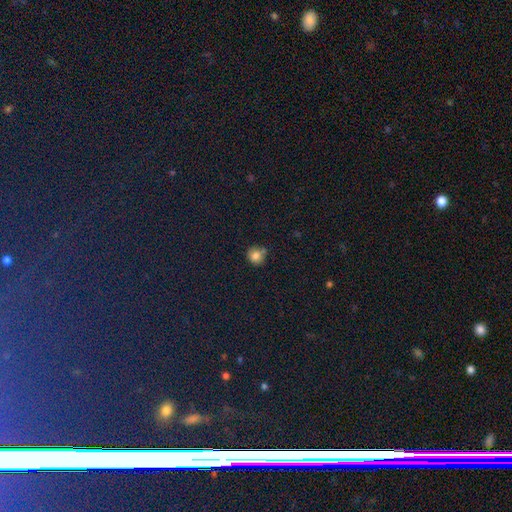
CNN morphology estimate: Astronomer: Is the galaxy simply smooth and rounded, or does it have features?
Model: smooth — 81%.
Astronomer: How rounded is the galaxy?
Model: round — 85%.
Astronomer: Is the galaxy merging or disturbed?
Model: none — 63%.